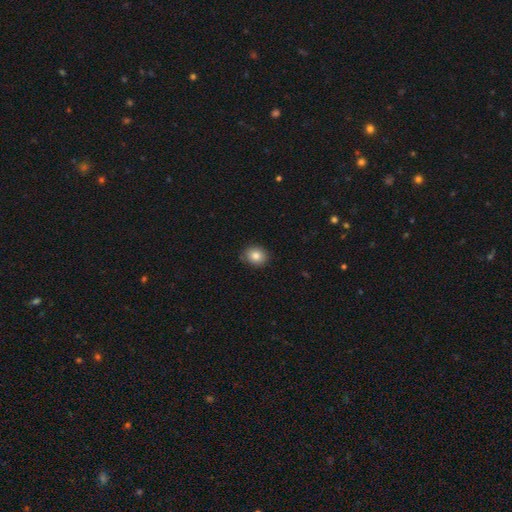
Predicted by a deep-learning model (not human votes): A smooth galaxy with no disk features (84%) that is round (61%). Merging: none (85%).